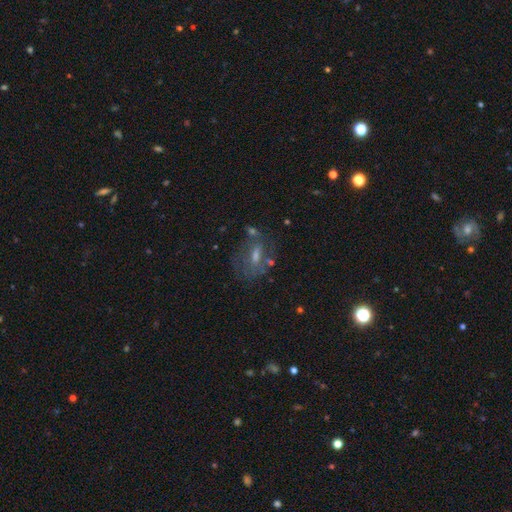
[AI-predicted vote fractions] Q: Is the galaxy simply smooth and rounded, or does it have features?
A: featured or disk — 52%.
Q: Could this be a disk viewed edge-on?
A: no — 90%.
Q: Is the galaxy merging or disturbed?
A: none — 54%.